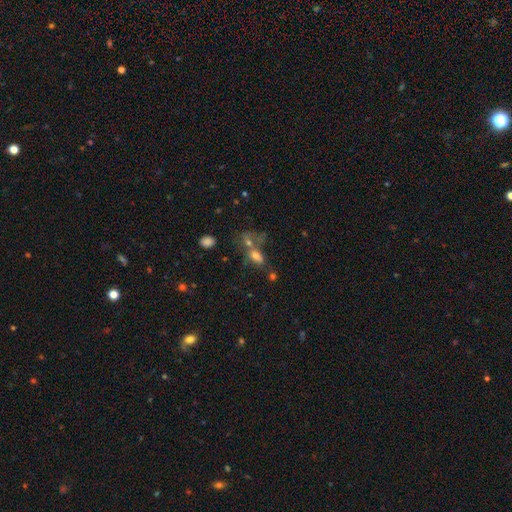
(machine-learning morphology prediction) Smooth or featured? Predicted: smooth (p=0.63). How rounded? Predicted: in between (p=0.75). Merging? Predicted: merger (p=0.49).